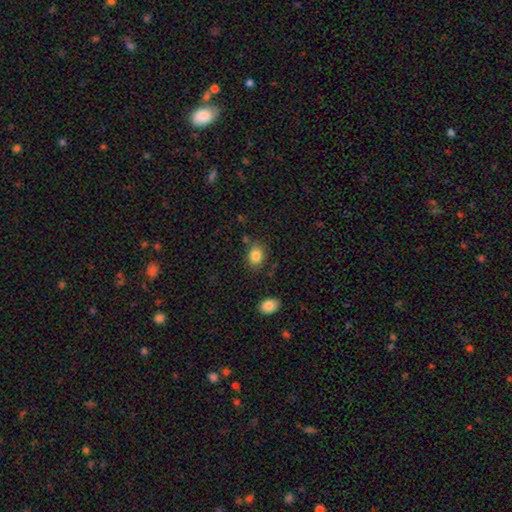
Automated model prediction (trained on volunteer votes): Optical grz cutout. It shows a smooth galaxy with no disk features (85%) that is in between round and cigar-shaped (60%). Merging: none (77%).